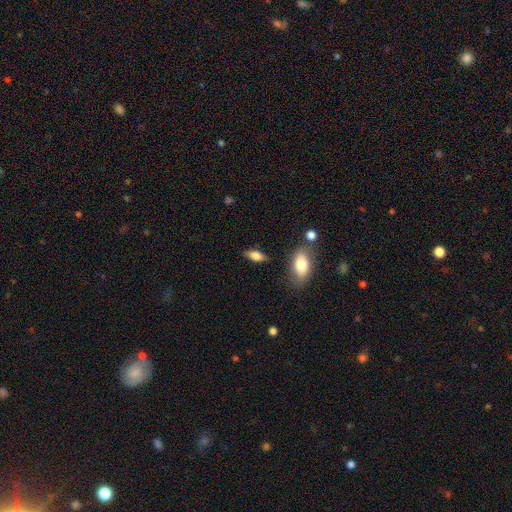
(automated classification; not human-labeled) Smooth or featured? smooth (72%)
How rounded? in between (78%)
Merging? none (80%)